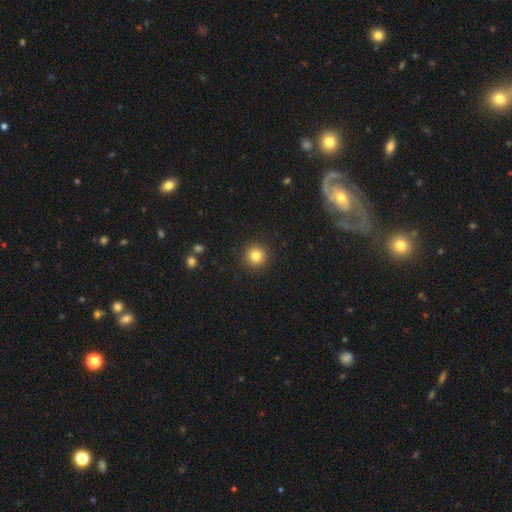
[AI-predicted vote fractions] Smooth or featured? Predicted: smooth (p=0.82). How rounded? Predicted: round (p=0.95). Merging? Predicted: none (p=0.92).